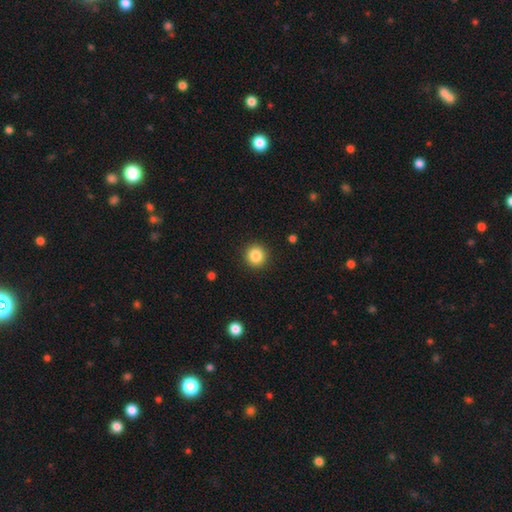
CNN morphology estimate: Smooth or featured? Predicted: smooth (p=0.86). How rounded? Predicted: round (p=0.94). Merging? Predicted: none (p=0.92).